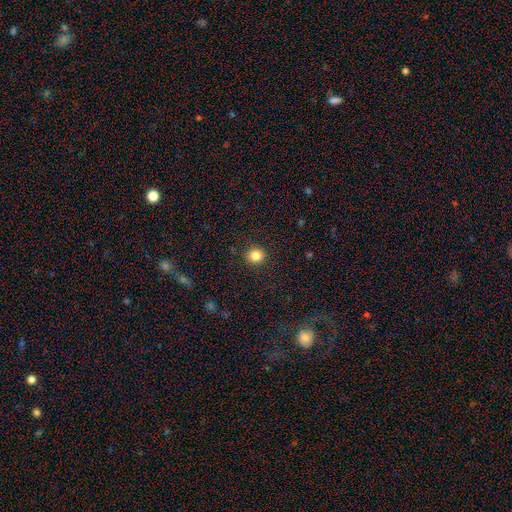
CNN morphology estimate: smooth-or-featured: smooth: 84% | star or artifact: 11% | featured or disk: 5%
  how-rounded: round: 89% | in between: 10% | cigar-shaped: 1%
  merging: none: 91% | minor disturbance: 6% | major disturbance: 2% | merger: 1%